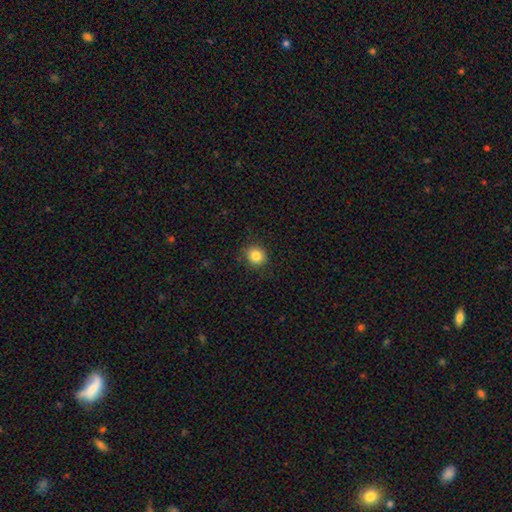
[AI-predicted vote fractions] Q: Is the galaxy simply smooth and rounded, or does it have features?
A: smooth — 84%.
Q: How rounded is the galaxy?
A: round — 85%.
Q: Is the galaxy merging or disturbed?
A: none — 87%.